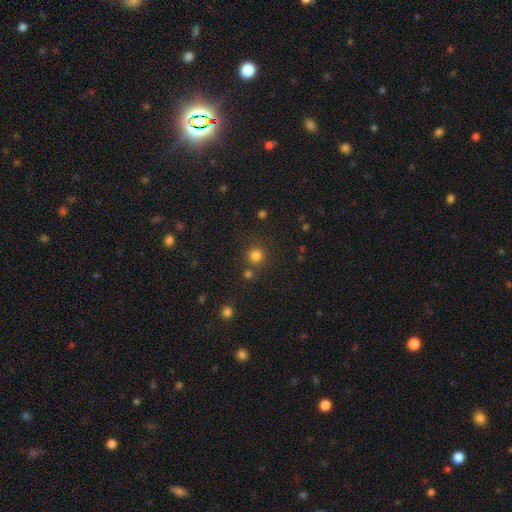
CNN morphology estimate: Smooth or featured? smooth (80%)
How rounded? round (93%)
Merging? none (77%)